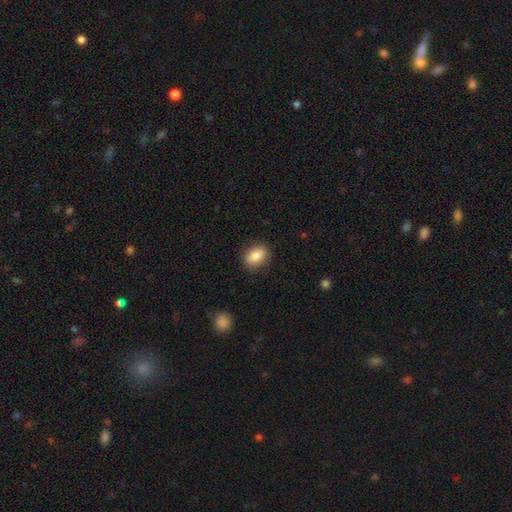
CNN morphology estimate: Q: Smooth or featured?
A: smooth (86%); runner-up: star or artifact (8%)
Q: How rounded?
A: in between (70%); runner-up: round (28%)
Q: Merging?
A: none (86%); runner-up: minor disturbance (10%)